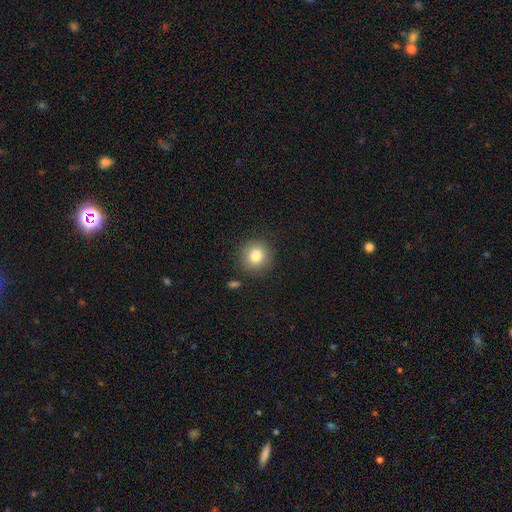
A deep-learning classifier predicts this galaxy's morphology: A smooth galaxy with no disk features (82%) that is round (93%).

Vote fractions:
- Smooth or featured? smooth: 82% / star or artifact: 10% / featured or disk: 8%
- How rounded? round: 93% / in between: 6% / cigar-shaped: 1%
- Merging? none: 87% / minor disturbance: 8% / major disturbance: 3% / merger: 2%